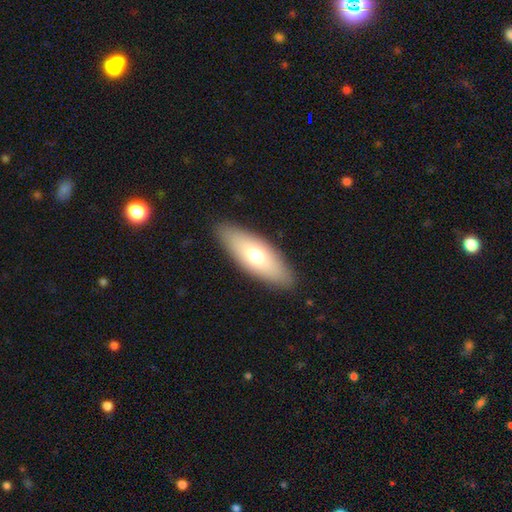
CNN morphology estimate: Smooth or featured: smooth — 66% (featured or disk — 28%)
How rounded: in between — 70% (cigar-shaped — 27%)
Merging: none — 88% (minor disturbance — 9%)